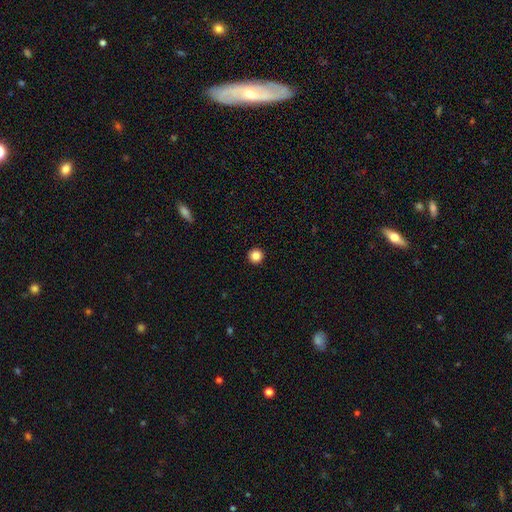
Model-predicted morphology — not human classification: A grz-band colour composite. It shows a smooth galaxy with no disk features (86%) that is round (97%). Merging: none (94%).